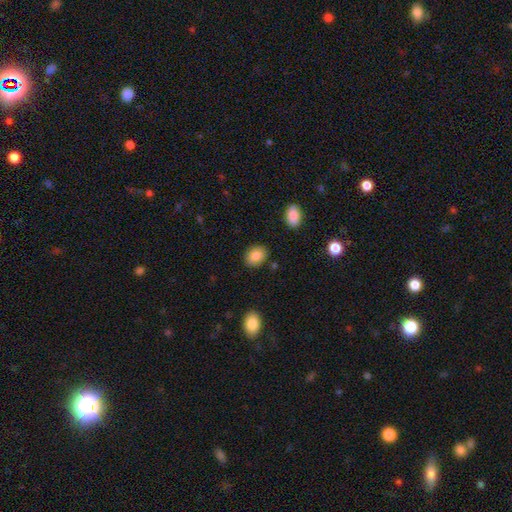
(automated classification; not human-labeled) Overall: smooth (85%). How rounded: in between (52%; round 47%). Merging: none (86%).